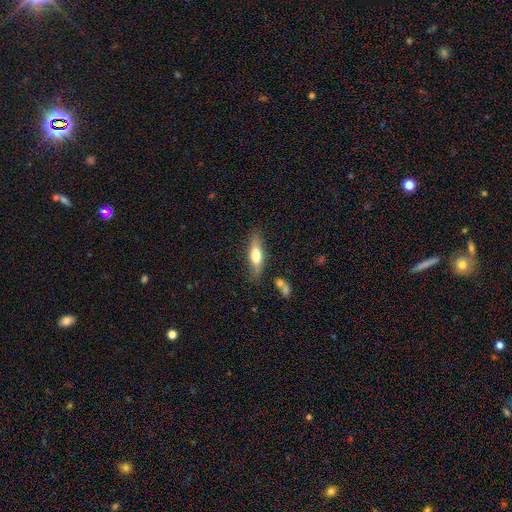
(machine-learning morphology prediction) Smooth or featured? Predicted: smooth (p=0.60). How rounded? Predicted: cigar-shaped (p=0.59). Merging? Predicted: none (p=0.80).